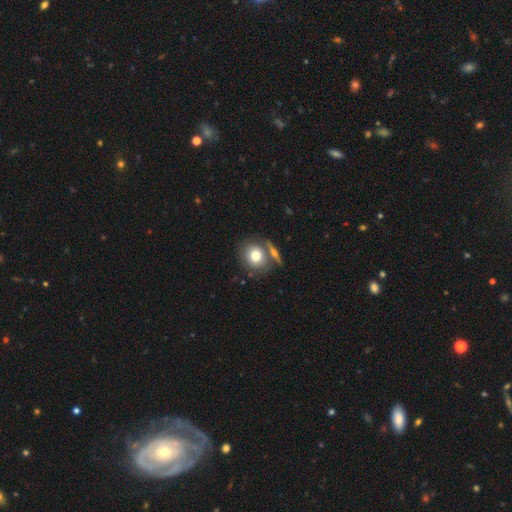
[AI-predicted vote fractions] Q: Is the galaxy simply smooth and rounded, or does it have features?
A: smooth — 73%.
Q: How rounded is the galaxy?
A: round — 76%.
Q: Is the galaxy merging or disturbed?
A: none — 60%.